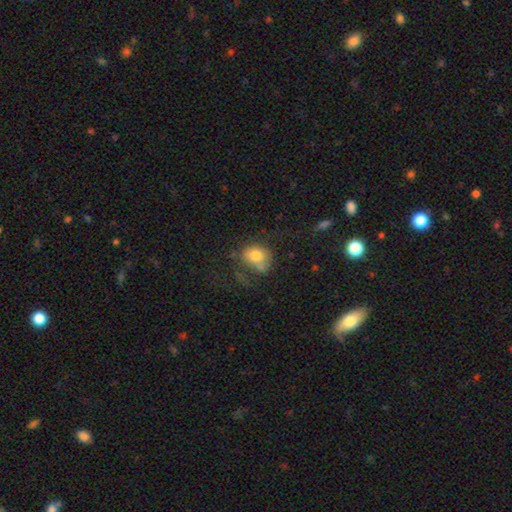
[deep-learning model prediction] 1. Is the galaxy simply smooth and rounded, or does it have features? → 70% smooth, 20% featured or disk, 10% star or artifact.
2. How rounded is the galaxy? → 50% in between, 49% round, 1% cigar-shaped.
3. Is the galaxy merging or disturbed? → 34% major disturbance (tied), 34% none (tied), 24% minor disturbance, 9% merger.